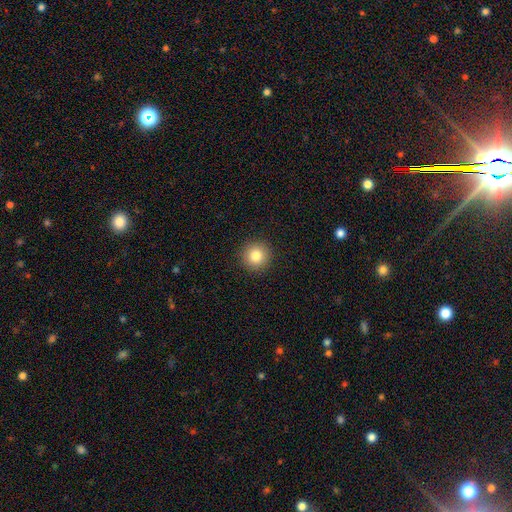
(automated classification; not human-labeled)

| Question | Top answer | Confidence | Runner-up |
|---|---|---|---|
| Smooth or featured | smooth | 82% | star or artifact (11%) |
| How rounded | round | 95% | in between (4%) |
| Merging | none | 92% | minor disturbance (5%) |